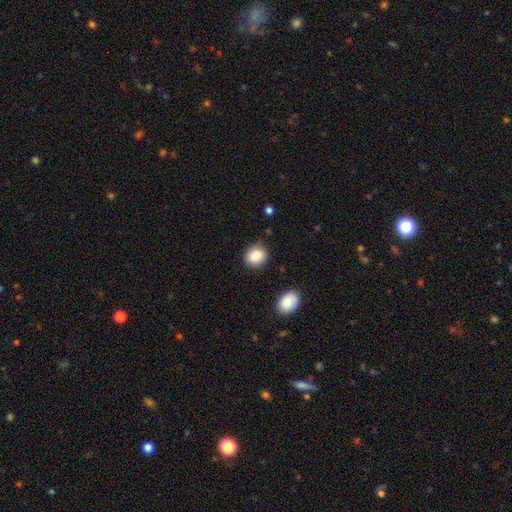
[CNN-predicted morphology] Overall: smooth (88%). How rounded: round (59%; in between 40%). Merging: none (81%).